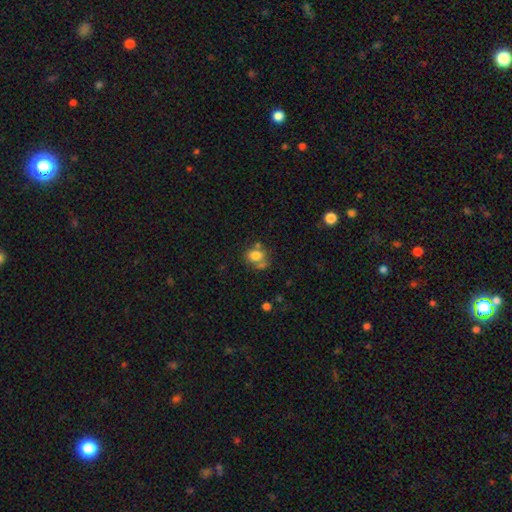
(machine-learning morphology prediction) smooth_or_featured: smooth (p=0.76) [alt: featured or disk p=0.13]
how_rounded: round (p=0.50) [alt: in between p=0.49]
merging: none (p=0.46) [alt: merger p=0.27]